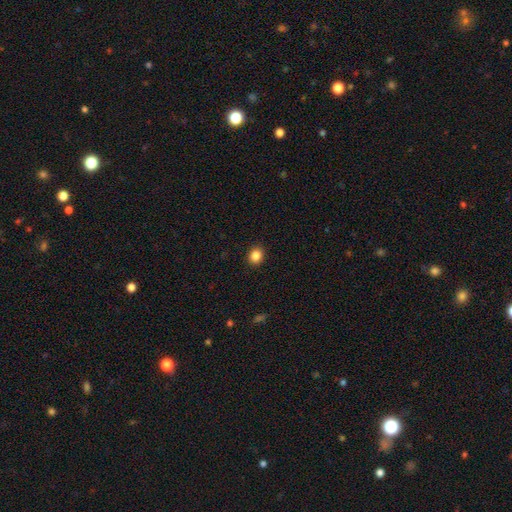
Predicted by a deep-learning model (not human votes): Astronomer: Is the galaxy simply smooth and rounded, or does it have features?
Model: smooth — 85%.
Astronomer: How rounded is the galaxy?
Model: round — 67%.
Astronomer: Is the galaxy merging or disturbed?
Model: none — 91%.